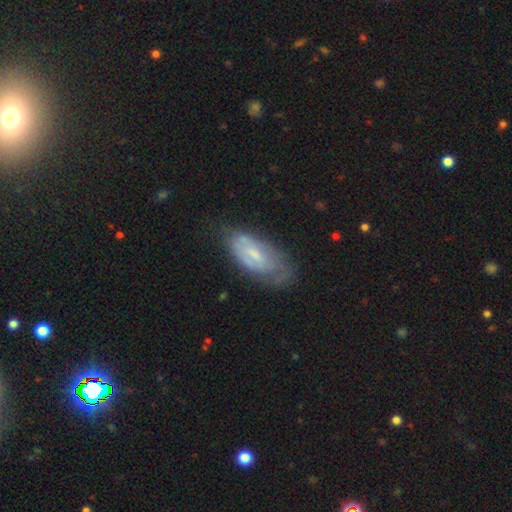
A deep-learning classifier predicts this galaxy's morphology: featured or disk 51%, smooth 42%, star or artifact 7%. Down the decision tree: edge-on disk — no (88%); merging — none (50%).